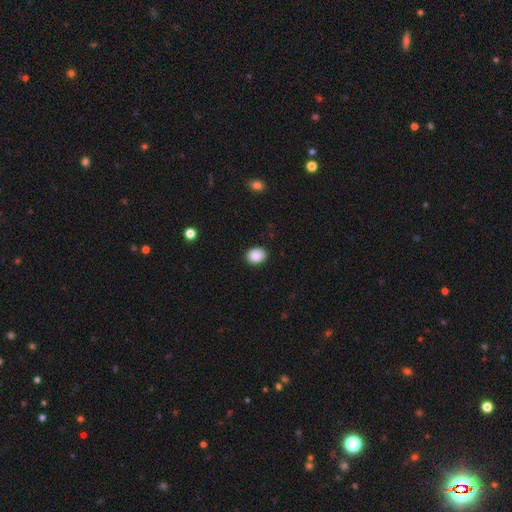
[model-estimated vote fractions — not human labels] Smooth or featured: smooth — 88% (star or artifact — 8%)
How rounded: in between — 53% (round — 46%)
Merging: none — 89% (minor disturbance — 8%)